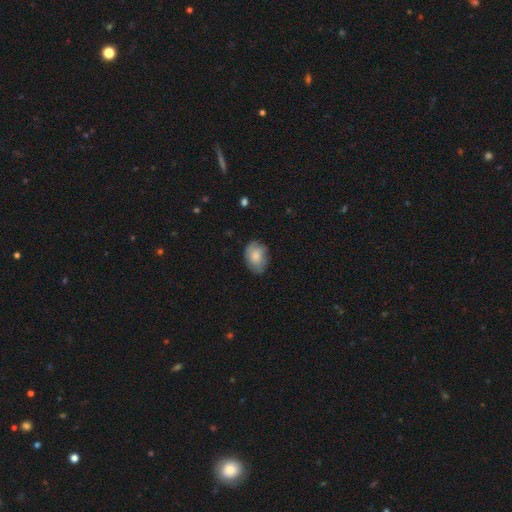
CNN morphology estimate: type=smooth (76%); roundness=in between (76%); merging=none (71%).